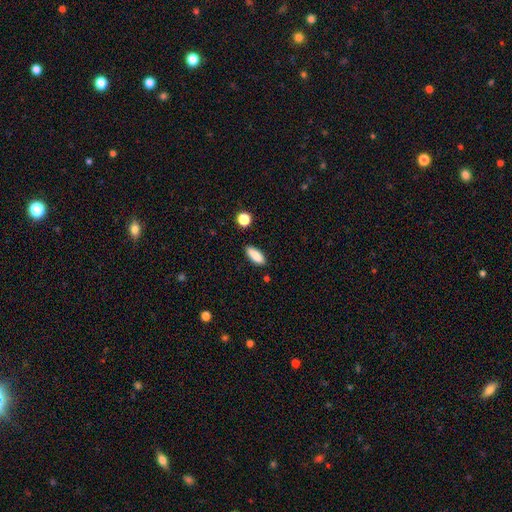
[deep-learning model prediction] smooth-or-featured: smooth: 86% | star or artifact: 7% | featured or disk: 7%
  how-rounded: in between: 73% | cigar-shaped: 25% | round: 3%
  merging: none: 84% | minor disturbance: 11% | merger: 2% | major disturbance: 2%